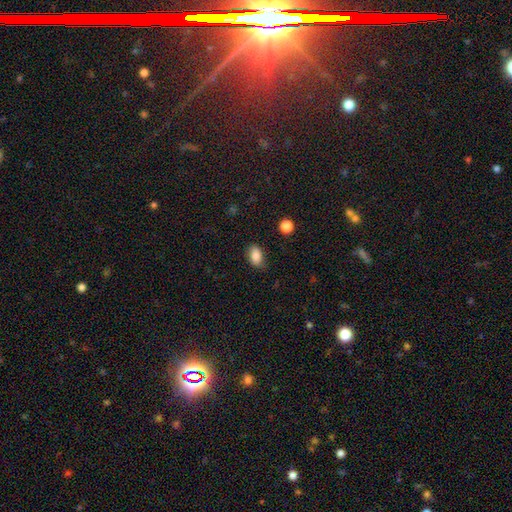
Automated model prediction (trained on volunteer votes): The model was most divided on "merging": none: 80%, minor disturbance: 15%, major disturbance: 3%, merger: 1%. More confident: how rounded — in between (88%); smooth or featured — smooth (86%).